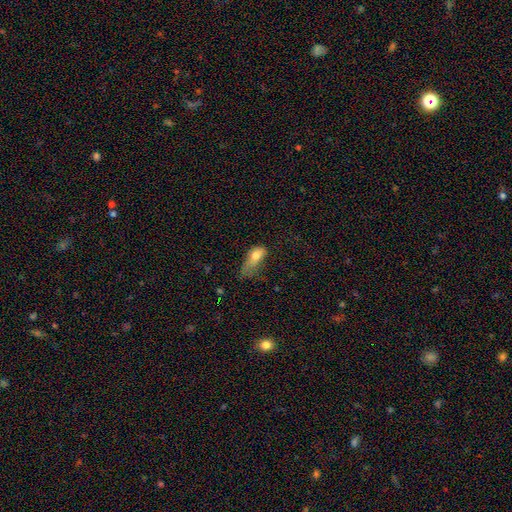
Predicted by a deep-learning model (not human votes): The model was most divided on "merging": major disturbance: 46%, minor disturbance: 33%, none: 17%, merger: 4%. More confident: how rounded — in between (80%); smooth or featured — smooth (73%).